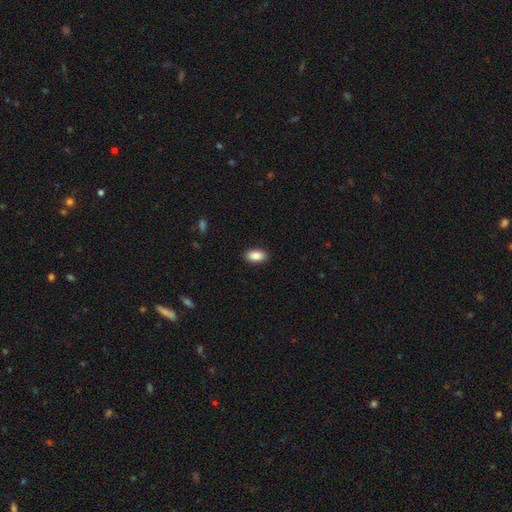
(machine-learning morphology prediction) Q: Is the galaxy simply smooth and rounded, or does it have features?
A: smooth — 89%.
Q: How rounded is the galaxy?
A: in between — 94%.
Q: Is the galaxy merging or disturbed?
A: none — 90%.